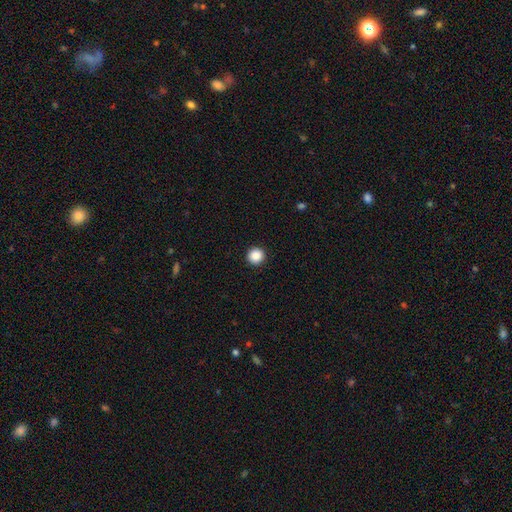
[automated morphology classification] The model was most divided on "smooth or featured": smooth: 88%, star or artifact: 10%, featured or disk: 3%. More confident: how rounded — round (96%); merging — none (93%).